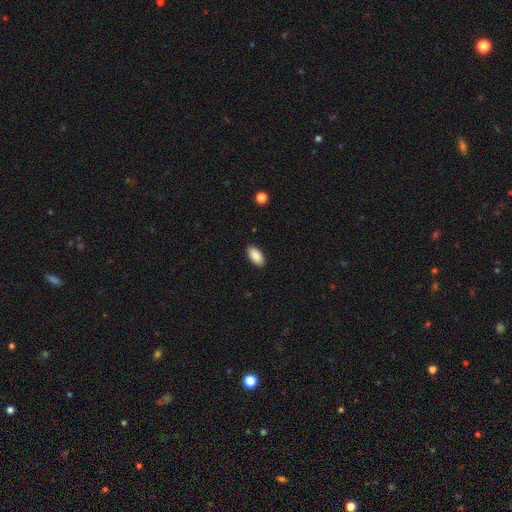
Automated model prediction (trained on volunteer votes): A smooth galaxy with no disk features (89%) that is in between round and cigar-shaped (94%). Merging: none (89%).